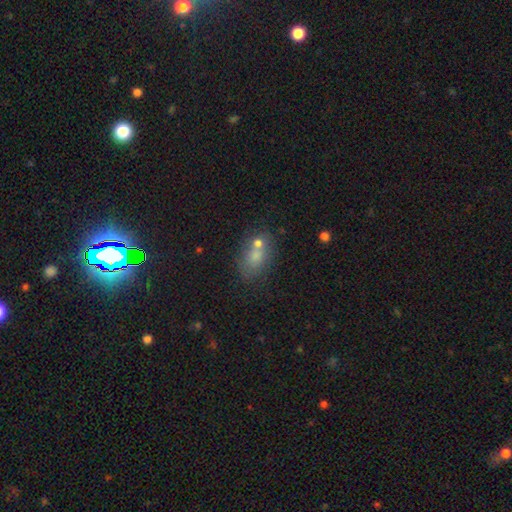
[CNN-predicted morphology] The model was most divided on "merging": none: 50%, merger: 32%, minor disturbance: 13%, major disturbance: 6%. More confident: how rounded — in between (66%); smooth or featured — smooth (64%).